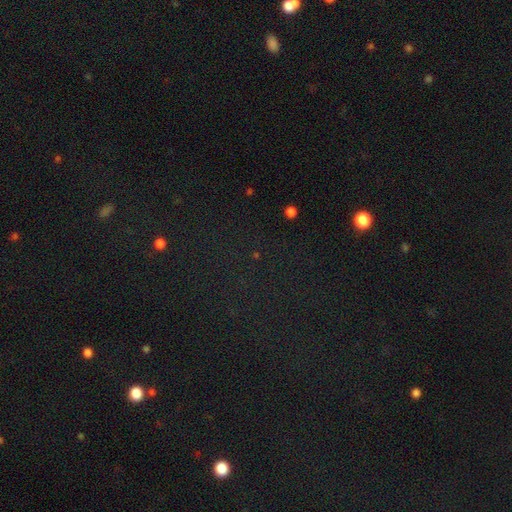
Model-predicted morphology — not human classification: Smooth or featured? Predicted: star or artifact (p=0.73).